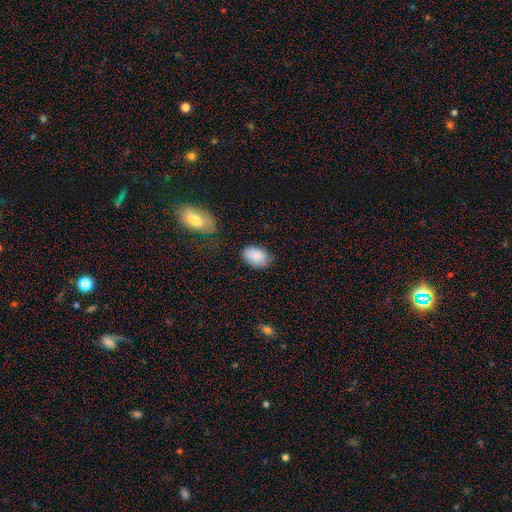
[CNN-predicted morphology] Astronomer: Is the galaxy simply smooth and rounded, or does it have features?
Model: smooth — 85%.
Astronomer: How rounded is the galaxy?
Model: in between — 89%.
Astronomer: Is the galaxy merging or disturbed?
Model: none — 63%.